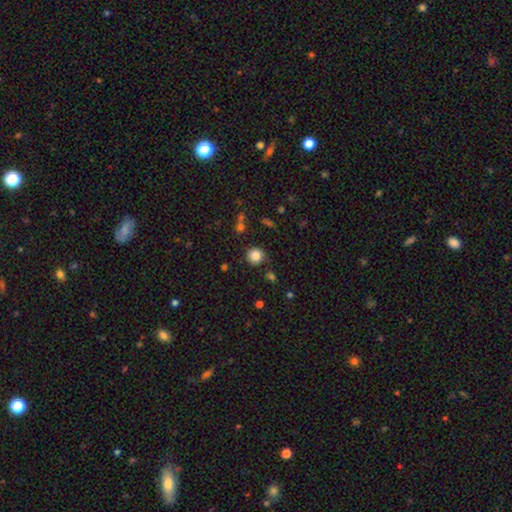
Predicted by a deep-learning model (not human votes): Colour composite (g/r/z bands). It shows a smooth galaxy with no disk features (84%) that is round (91%). Merging: none (80%).